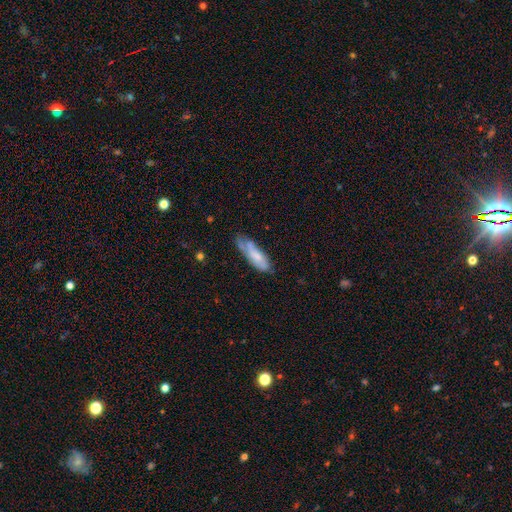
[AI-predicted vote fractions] Morphology: type=smooth (59%); roundness=in between (51%); merging=none (47%).